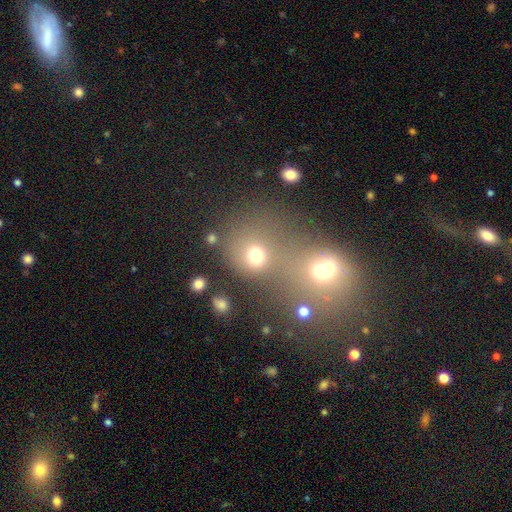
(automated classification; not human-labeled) Smooth or featured?
  - smooth: 70% *
  - star or artifact: 19%
  - featured or disk: 11%
How rounded?
  - round: 79% *
  - in between: 20%
  - cigar-shaped: 1%
Merging?
  - none: 45% *
  - merger: 39%
  - minor disturbance: 9%
  - major disturbance: 7%